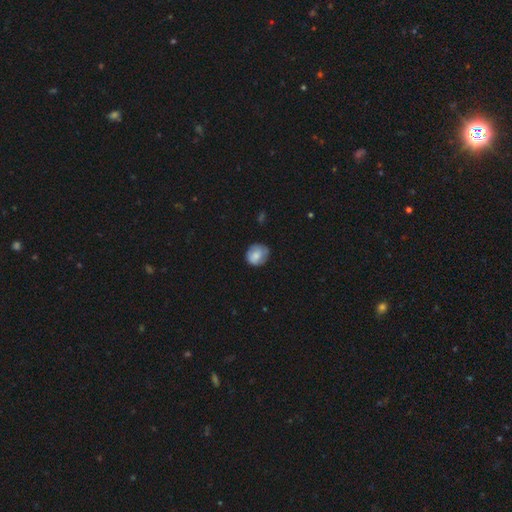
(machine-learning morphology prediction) Overall: smooth (77%). How rounded: round (75%). Merging: none (67%).